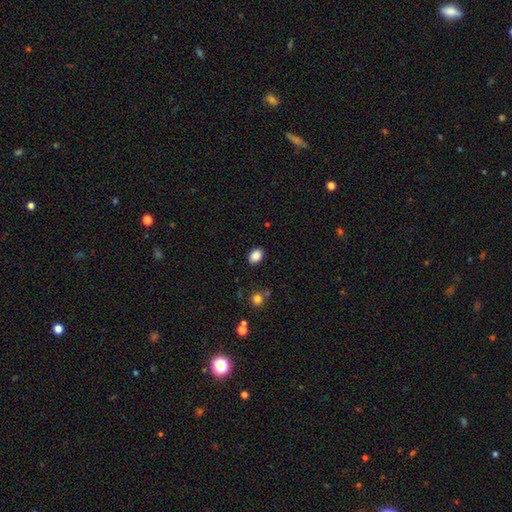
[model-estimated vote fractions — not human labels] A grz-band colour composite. It shows a smooth galaxy with no disk features (87%) that is in between round and cigar-shaped (72%). Merging: none (88%).